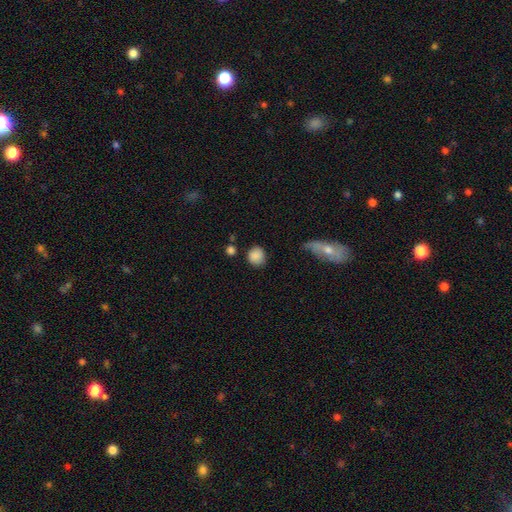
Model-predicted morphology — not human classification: This is clearly a smooth galaxy (87%). How rounded: clearly round (85%). Merging: likely none (77%).